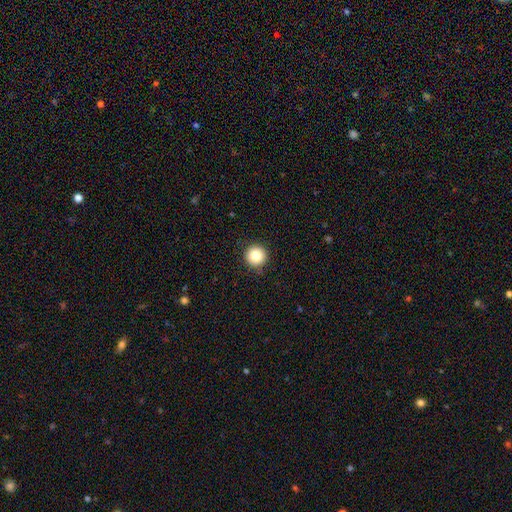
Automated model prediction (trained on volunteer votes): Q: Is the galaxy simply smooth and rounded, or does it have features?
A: smooth — 85%.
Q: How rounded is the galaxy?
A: round — 96%.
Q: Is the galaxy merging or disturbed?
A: none — 91%.